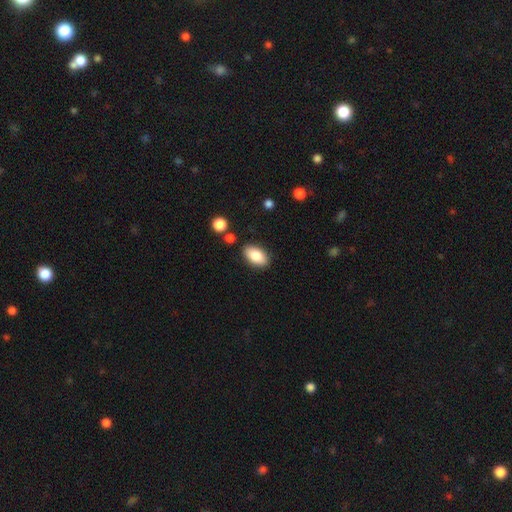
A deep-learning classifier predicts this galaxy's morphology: Smooth or featured? Predicted: smooth (p=0.85). How rounded? Predicted: in between (p=0.93). Merging? Predicted: none (p=0.85).